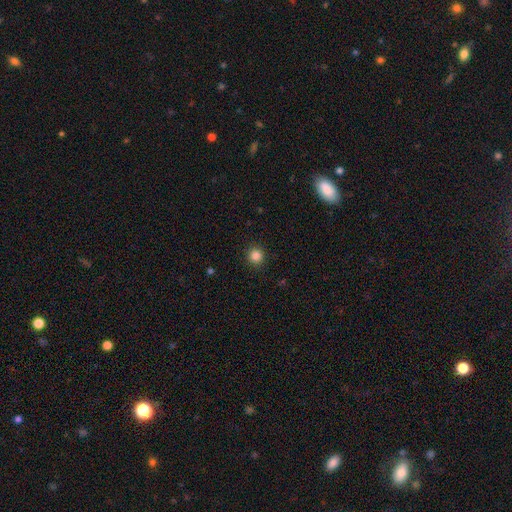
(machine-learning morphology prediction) Smooth or featured: smooth — 85% (star or artifact — 11%)
How rounded: round — 94% (in between — 5%)
Merging: none — 92% (minor disturbance — 5%)